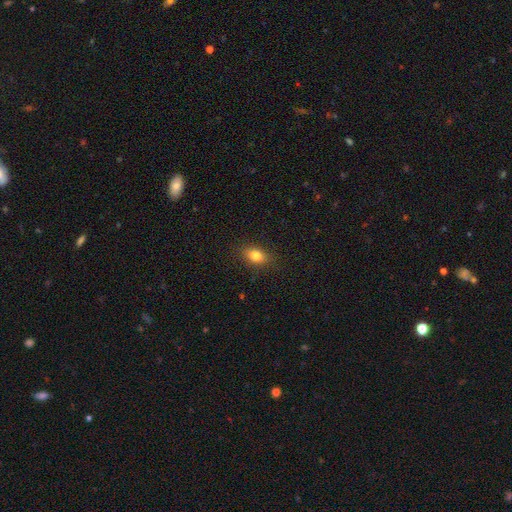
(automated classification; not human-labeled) Smooth or featured?
  - smooth: 82% *
  - star or artifact: 10%
  - featured or disk: 8%
How rounded?
  - in between: 75% *
  - round: 22%
  - cigar-shaped: 3%
Merging?
  - none: 87% *
  - minor disturbance: 9%
  - major disturbance: 3%
  - merger: 1%